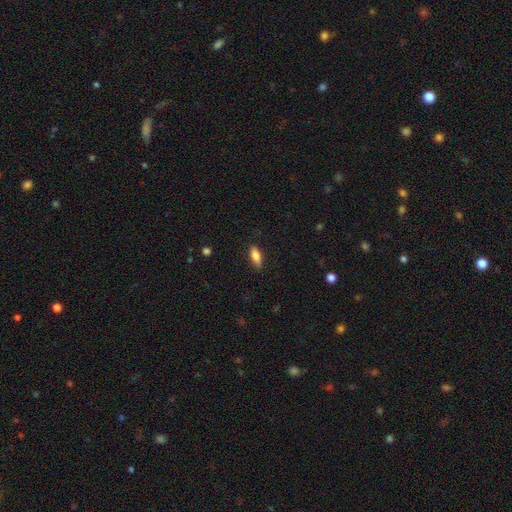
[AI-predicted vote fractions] Smooth or featured? Predicted: smooth (p=0.79). How rounded? Predicted: in between (p=0.73). Merging? Predicted: none (p=0.86).